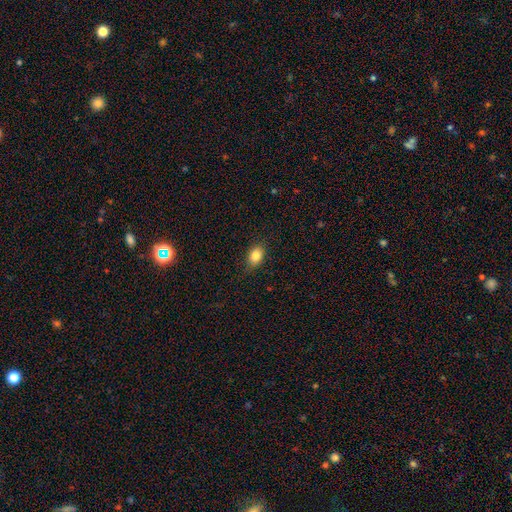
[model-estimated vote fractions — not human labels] smooth 85%, star or artifact 9%, featured or disk 7%. Down the decision tree: how rounded — in between (81%); merging — none (84%).